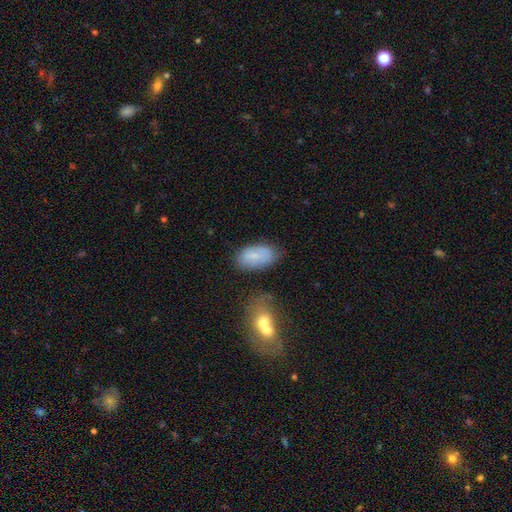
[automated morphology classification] Smooth or featured?
  - smooth: 70% *
  - featured or disk: 22%
  - star or artifact: 8%
How rounded?
  - in between: 94% *
  - round: 4%
  - cigar-shaped: 3%
Merging?
  - none: 71% *
  - minor disturbance: 19%
  - merger: 5%
  - major disturbance: 5%